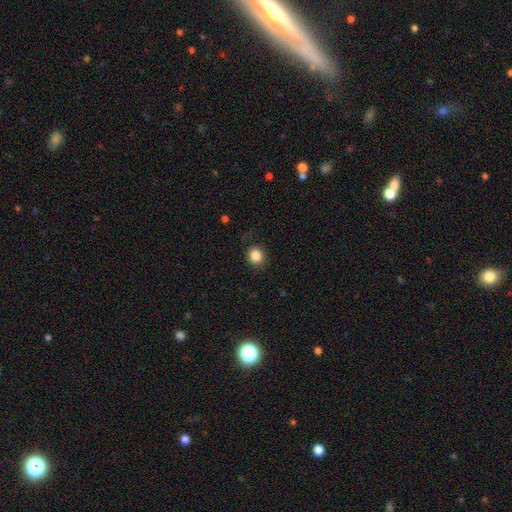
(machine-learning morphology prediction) smooth 85%, star or artifact 10%, featured or disk 5%. Down the decision tree: how rounded — round (79%); merging — none (84%).